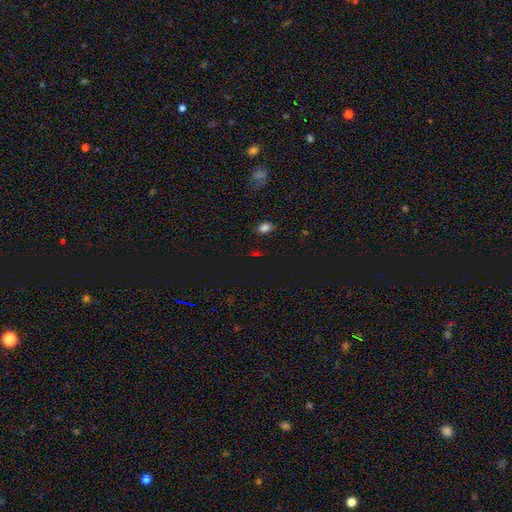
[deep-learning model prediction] Smooth or featured? Predicted: smooth (p=0.55). How rounded? Predicted: in between (p=0.69). Merging? Predicted: none (p=0.84).